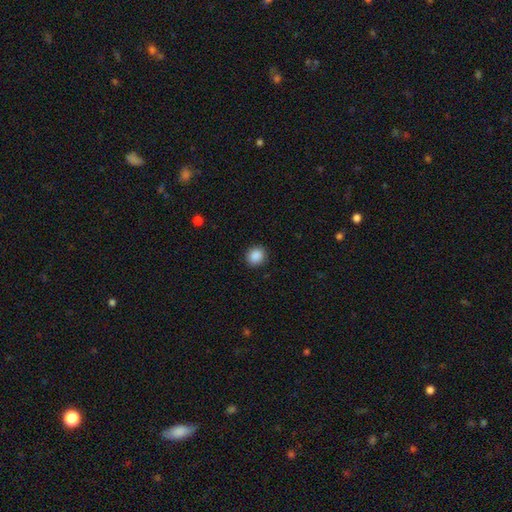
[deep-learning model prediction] Q: Smooth or featured?
A: smooth (88%); runner-up: star or artifact (9%)
Q: How rounded?
A: round (81%); runner-up: in between (18%)
Q: Merging?
A: none (90%); runner-up: minor disturbance (6%)